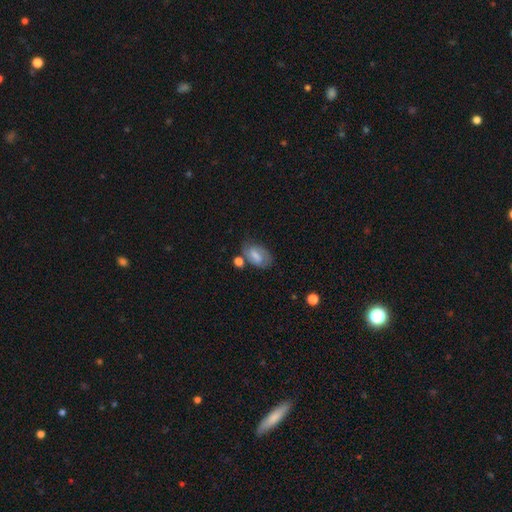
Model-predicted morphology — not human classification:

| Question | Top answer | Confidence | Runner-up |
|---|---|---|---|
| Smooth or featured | smooth | 48% | featured or disk (43%) |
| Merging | none | 59% | minor disturbance (22%) |